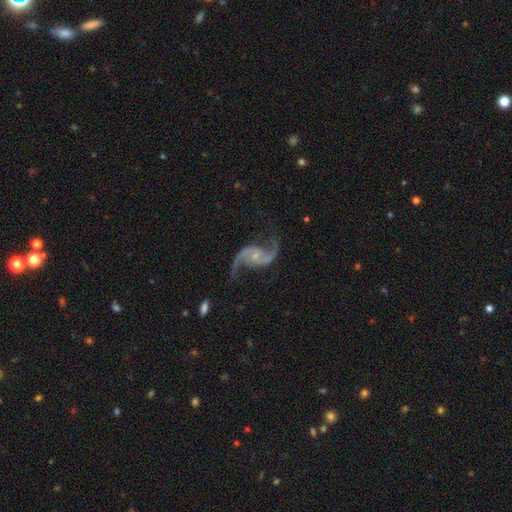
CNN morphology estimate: smooth-or-featured: featured or disk: 92% | star or artifact: 4% | smooth: 3%
  disk-edge-on: no: 98% | yes: 2%
    bar: no: 59% | weak: 32% | strong: 10%
    has-spiral-arms: yes: 98% | no: 2%
      spiral-winding: loose: 71% | medium: 24% | tight: 5%
      spiral-arm-count: 2: 94% | 1: 1% | can't tell: 1% | 3: 1% | 4: 1% | more than 4: 1%
    bulge-size: small: 70% | moderate: 22% | none: 5% | large: 2% | dominant: 1%
  merging: none: 74% | minor disturbance: 15% | major disturbance: 9% | merger: 2%